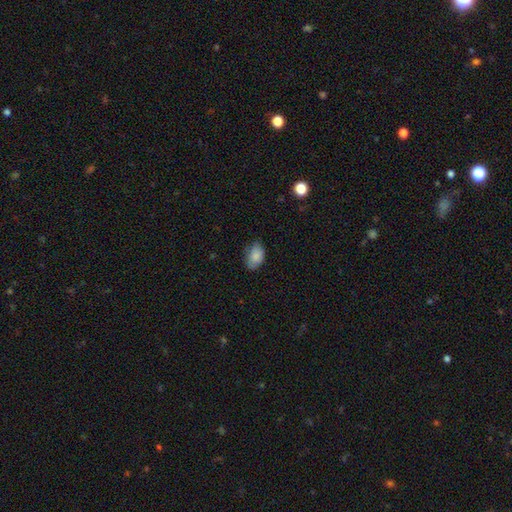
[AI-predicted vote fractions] smooth 83%, featured or disk 9%, star or artifact 7%. Down the decision tree: how rounded — in between (89%); merging — none (64%).